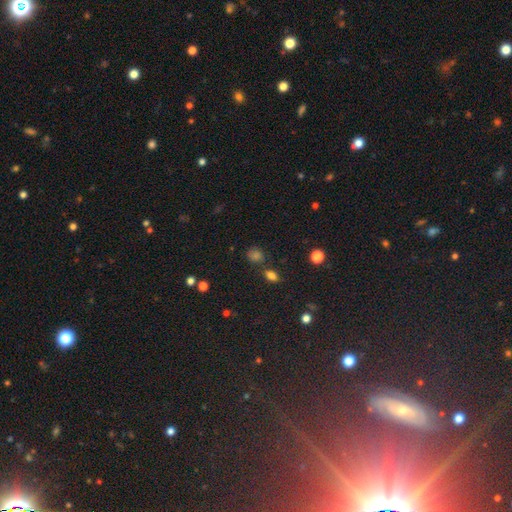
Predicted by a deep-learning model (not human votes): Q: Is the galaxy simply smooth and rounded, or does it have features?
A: smooth — 61%.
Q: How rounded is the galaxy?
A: round — 70%.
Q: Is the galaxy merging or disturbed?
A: none — 74%.